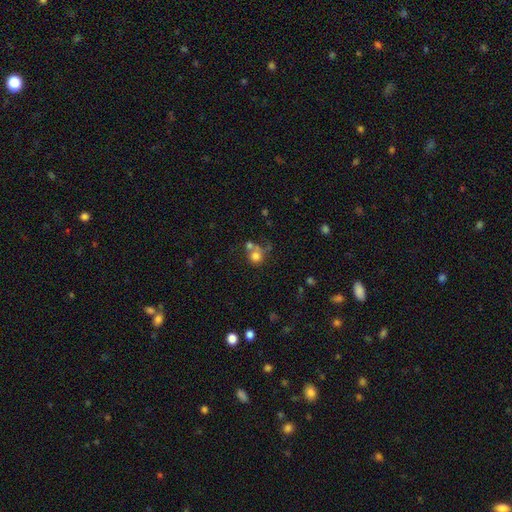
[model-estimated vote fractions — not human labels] smooth 73%, featured or disk 14%, star or artifact 13%. Down the decision tree: how rounded — round (84%); merging — none (42%).